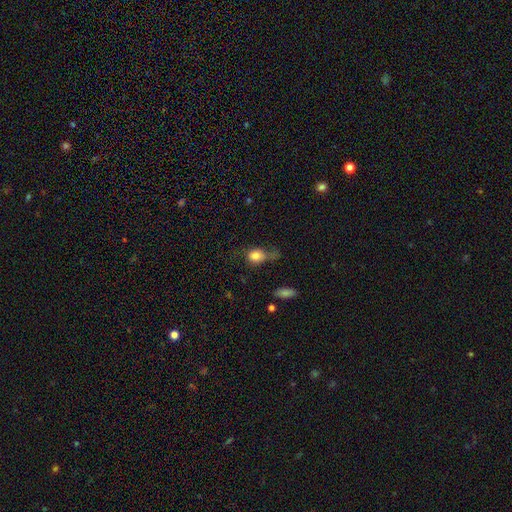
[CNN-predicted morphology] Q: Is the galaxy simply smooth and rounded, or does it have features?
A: smooth — 77%.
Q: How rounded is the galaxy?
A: in between — 53%.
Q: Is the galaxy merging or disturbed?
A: major disturbance — 34%.